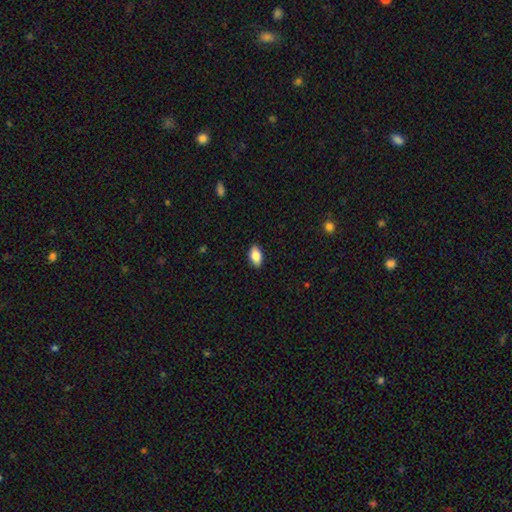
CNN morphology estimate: A smooth galaxy with no disk features (82%) that is in between round and cigar-shaped (91%).

Vote fractions:
- Smooth or featured? smooth: 82% / featured or disk: 10% / star or artifact: 7%
- How rounded? in between: 91% / round: 5% / cigar-shaped: 4%
- Merging? none: 88% / minor disturbance: 9% / major disturbance: 2% / merger: 1%